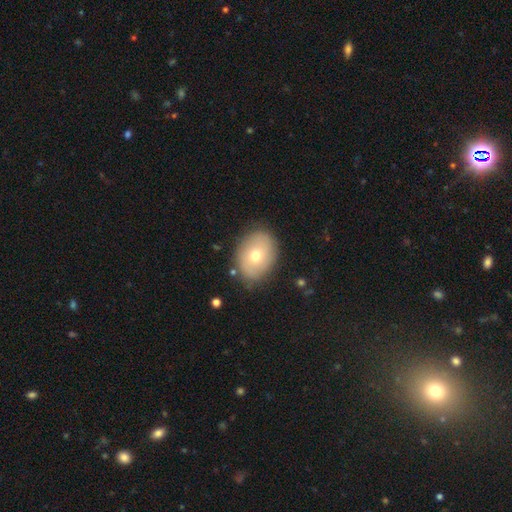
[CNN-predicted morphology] Q: Smooth or featured?
A: smooth (65%); runner-up: featured or disk (26%)
Q: How rounded?
A: in between (63%); runner-up: round (36%)
Q: Merging?
A: none (82%); runner-up: minor disturbance (13%)